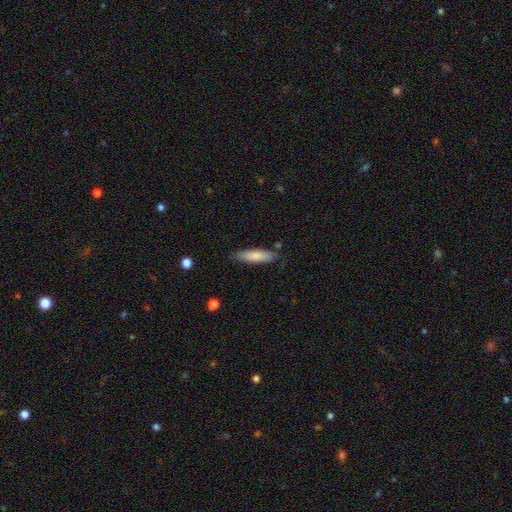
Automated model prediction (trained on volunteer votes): smooth-or-featured: smooth: 76% | featured or disk: 18% | star or artifact: 6%
  how-rounded: cigar-shaped: 69% | in between: 30% | round: 1%
  merging: none: 81% | minor disturbance: 14% | merger: 3% | major disturbance: 2%